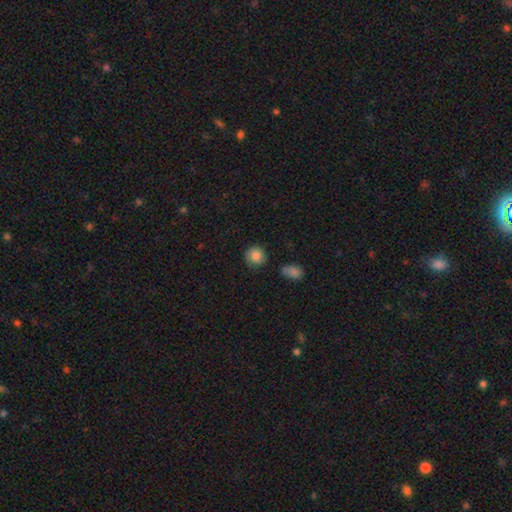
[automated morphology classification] The model was most divided on "merging": none: 71%, minor disturbance: 20%, major disturbance: 5%, merger: 3%. More confident: how rounded — round (86%); smooth or featured — smooth (81%).